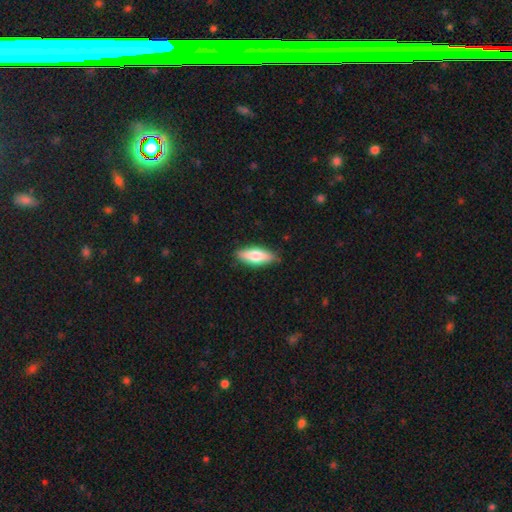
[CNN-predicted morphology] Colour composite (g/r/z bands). It shows a smooth galaxy with no disk features (68%) that is in between round and cigar-shaped (62%). Merging: none (86%).